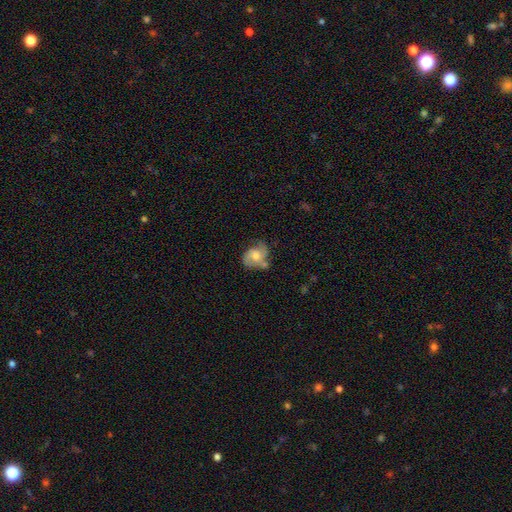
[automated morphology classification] Smooth or featured? Predicted: featured or disk (p=0.54). Edge-on disk? Predicted: no (p=0.97). Bar? Predicted: no (p=0.68). Spiral arms? Predicted: yes (p=0.82). Bulge size? Predicted: moderate (p=0.60). Merging? Predicted: none (p=0.45).